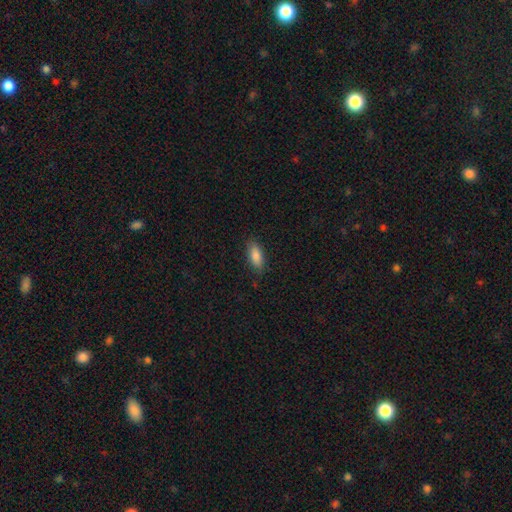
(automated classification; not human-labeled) This is clearly a smooth galaxy (87%). How rounded: clearly in between (83%). Merging: clearly none (84%).